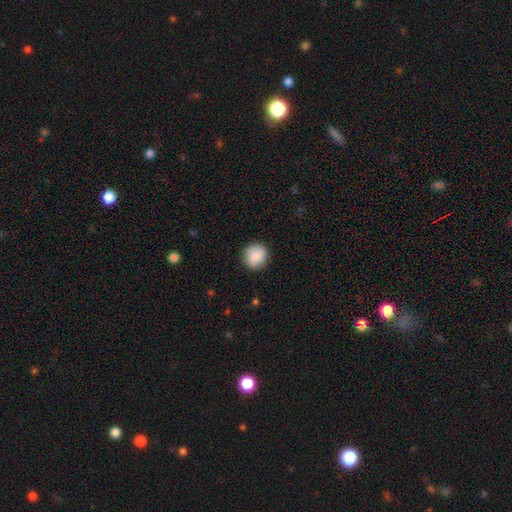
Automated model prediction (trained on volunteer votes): Smooth or featured?
  - smooth: 89% *
  - star or artifact: 7%
  - featured or disk: 4%
How rounded?
  - round: 88% *
  - in between: 11%
  - cigar-shaped: 1%
Merging?
  - none: 89% *
  - minor disturbance: 8%
  - major disturbance: 2%
  - merger: 1%